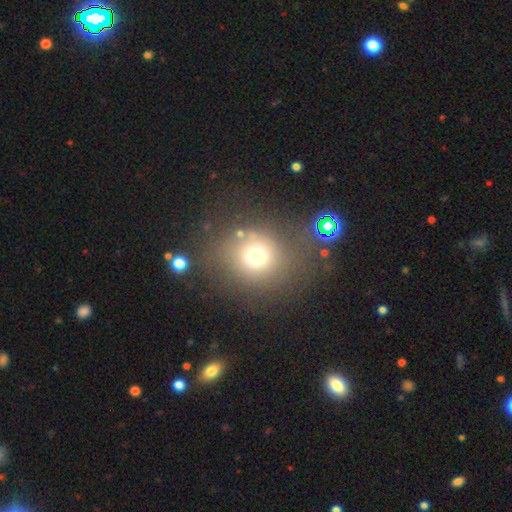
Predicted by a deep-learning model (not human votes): Morphology: type=smooth (70%); roundness=round (86%); merging=none (71%).